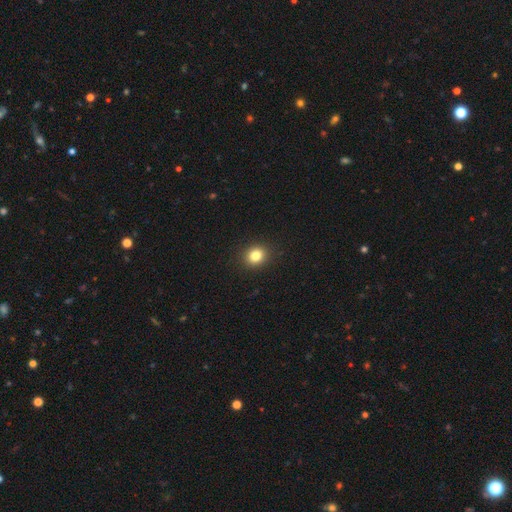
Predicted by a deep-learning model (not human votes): A smooth galaxy with no disk features (83%) that is round (73%). Merging: none (91%).